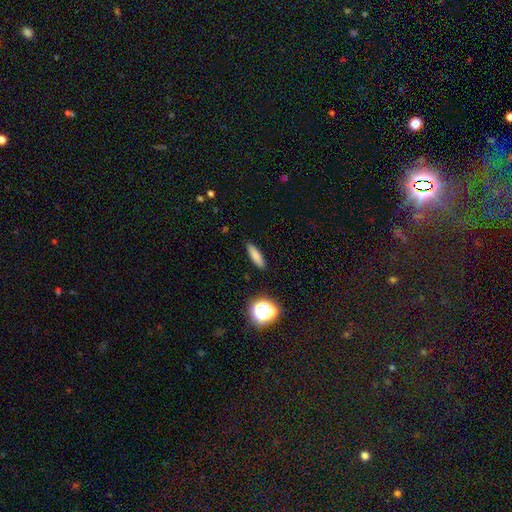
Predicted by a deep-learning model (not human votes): smooth_or_featured: smooth (p=0.79) [alt: star or artifact p=0.11]
how_rounded: cigar-shaped (p=0.64) [alt: in between p=0.31]
merging: none (p=0.89) [alt: minor disturbance p=0.08]